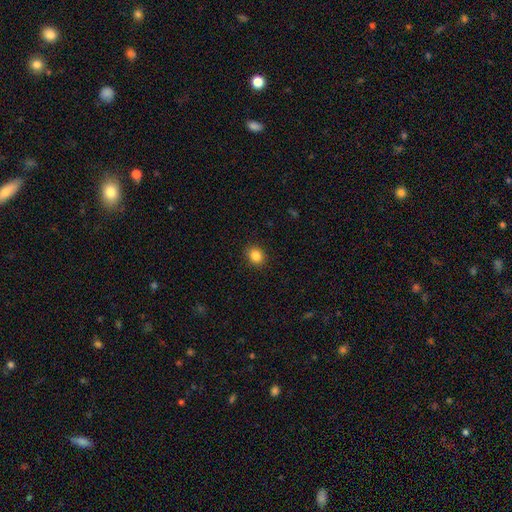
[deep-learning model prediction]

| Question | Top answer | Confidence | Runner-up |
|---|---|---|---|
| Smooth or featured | smooth | 85% | star or artifact (10%) |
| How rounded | round | 61% | in between (38%) |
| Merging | none | 90% | minor disturbance (7%) |